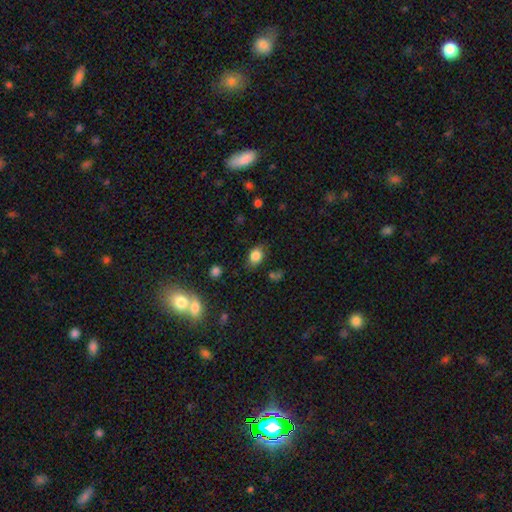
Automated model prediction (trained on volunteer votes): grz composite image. It shows a smooth galaxy with no disk features (83%) that is in between round and cigar-shaped (71%). Merging: none (74%).